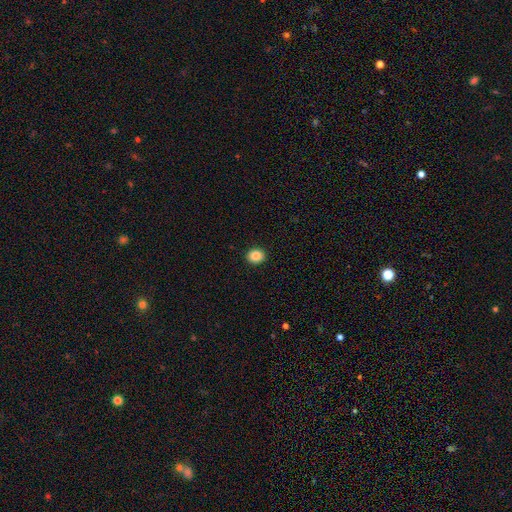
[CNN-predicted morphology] This appears to be a smooth galaxy with no disk features (86%) that is round (77%). Merging: none (93%).